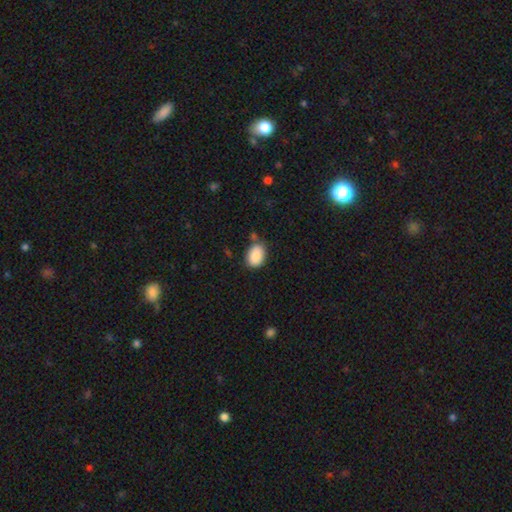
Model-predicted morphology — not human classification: A smooth galaxy with no disk features (88%) that is in between round and cigar-shaped (82%). Merging: none (71%).